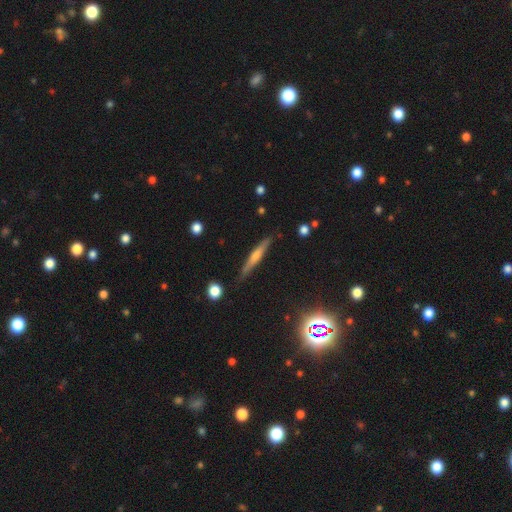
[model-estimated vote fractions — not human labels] Smooth or featured?
  - featured or disk: 52% *
  - smooth: 40%
  - star or artifact: 8%
Edge-on disk?
  - yes: 95% *
  - no: 5%
Merging?
  - none: 86% *
  - minor disturbance: 11%
  - major disturbance: 2%
  - merger: 2%